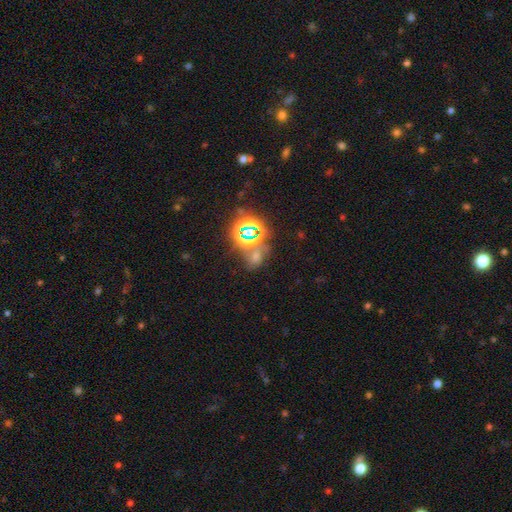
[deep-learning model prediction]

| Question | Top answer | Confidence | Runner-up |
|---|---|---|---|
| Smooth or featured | star or artifact | 68% | smooth (22%) |